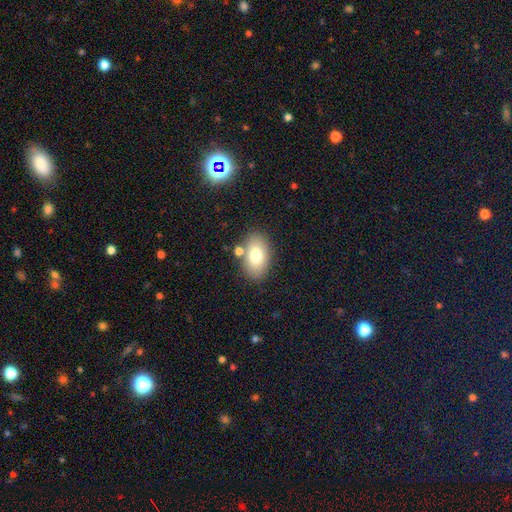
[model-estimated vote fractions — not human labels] Smooth or featured: smooth — 77% (featured or disk — 15%)
How rounded: in between — 89% (round — 9%)
Merging: none — 77% (minor disturbance — 12%)